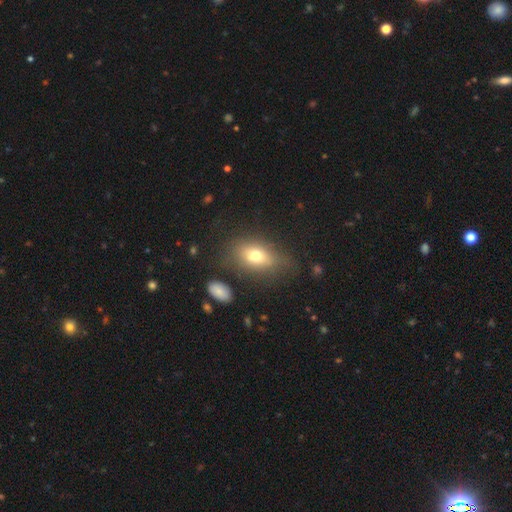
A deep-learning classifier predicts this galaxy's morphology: This is likely a smooth galaxy (70%). How rounded: likely in between (79%). Merging: likely none (64%).